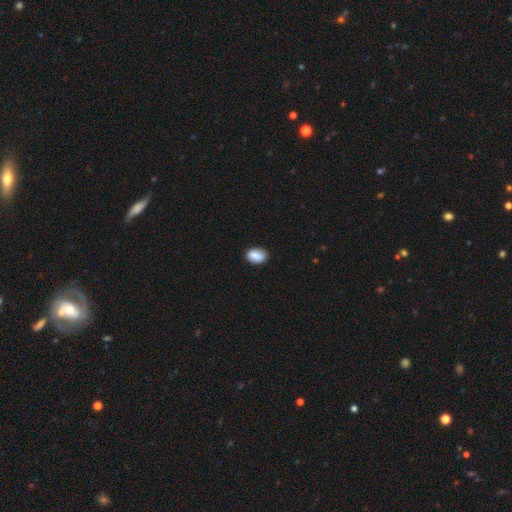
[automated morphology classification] smooth_or_featured: smooth (p=0.87) [alt: star or artifact p=0.07]
how_rounded: in between (p=0.84) [alt: round p=0.14]
merging: none (p=0.83) [alt: minor disturbance p=0.13]